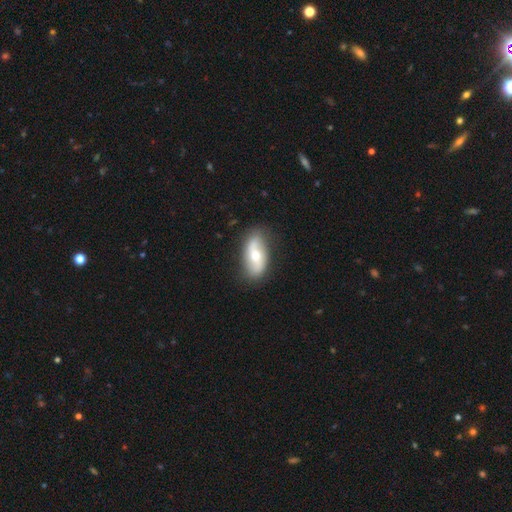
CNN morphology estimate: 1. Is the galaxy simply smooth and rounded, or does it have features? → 57% featured or disk, 37% smooth, 6% star or artifact.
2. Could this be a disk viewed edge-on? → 87% no, 13% yes.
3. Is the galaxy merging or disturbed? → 82% none, 13% minor disturbance, 4% major disturbance, 1% merger.